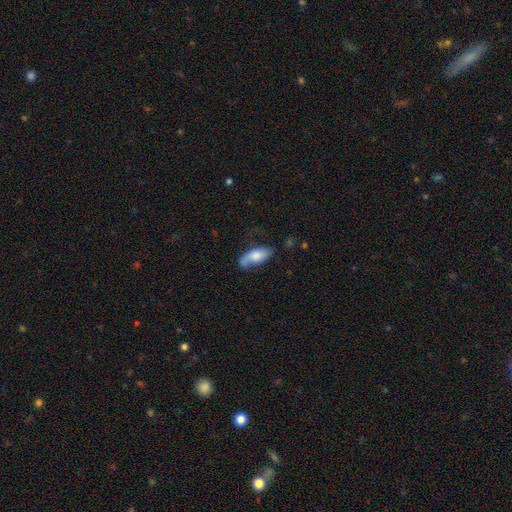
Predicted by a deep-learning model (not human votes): smooth-or-featured: smooth: 64% | featured or disk: 29% | star or artifact: 6%
  how-rounded: in between: 81% | cigar-shaped: 16% | round: 2%
  merging: none: 54% | minor disturbance: 29% | major disturbance: 14% | merger: 3%